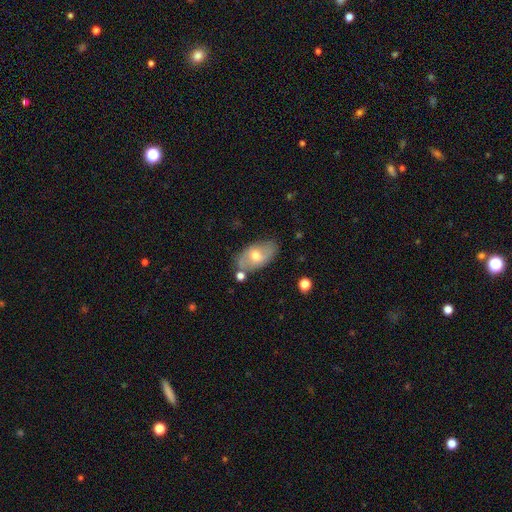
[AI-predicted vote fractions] Morphology: type=smooth (48%); merging=none (74%).